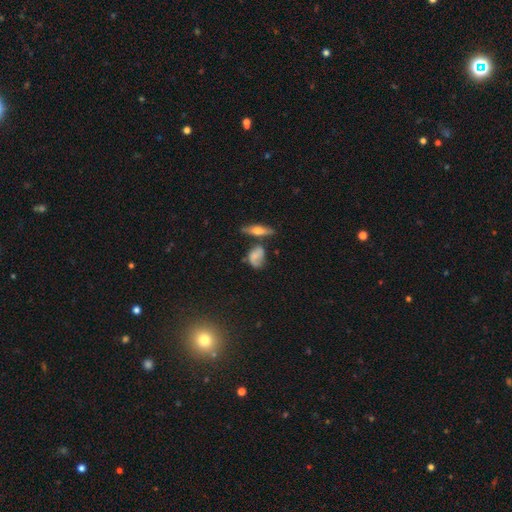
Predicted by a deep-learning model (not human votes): The model was most divided on "merging": none: 47%, minor disturbance: 26%, merger: 13%, major disturbance: 13%. More confident: how rounded — in between (73%); smooth or featured — smooth (57%).